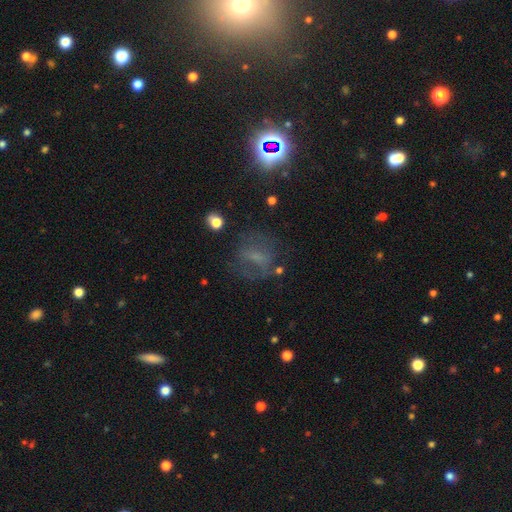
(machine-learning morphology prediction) Smooth or featured? smooth (39%)
Merging? none (60%)